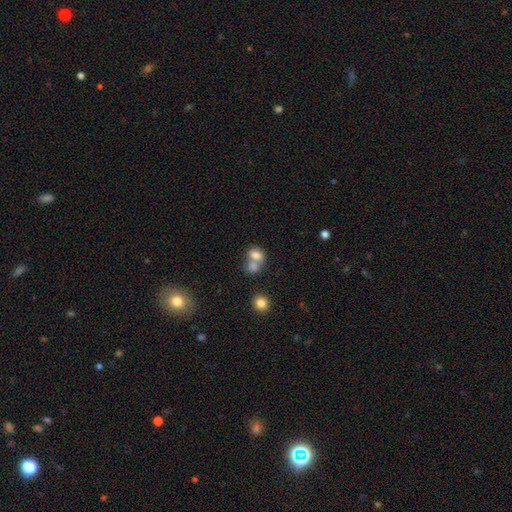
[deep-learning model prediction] A smooth galaxy with no disk features (73%) that is in between round and cigar-shaped (59%). Merging: merger (61%).